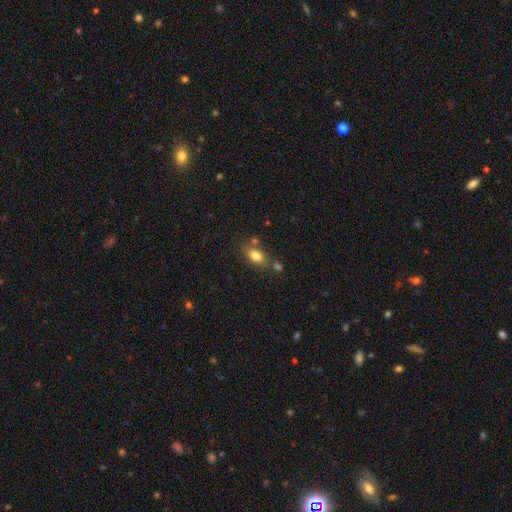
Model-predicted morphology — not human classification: This appears to be a smooth galaxy with no disk features (79%) that is in between round and cigar-shaped (81%). Merging: none (65%).